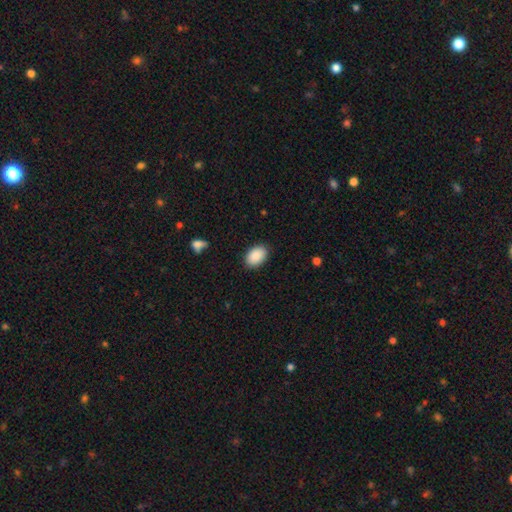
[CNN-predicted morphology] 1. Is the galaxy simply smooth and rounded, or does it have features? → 91% smooth, 7% star or artifact, 3% featured or disk.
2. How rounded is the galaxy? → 89% in between, 10% round, 1% cigar-shaped.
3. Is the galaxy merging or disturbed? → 88% none, 9% minor disturbance, 2% major disturbance, 1% merger.